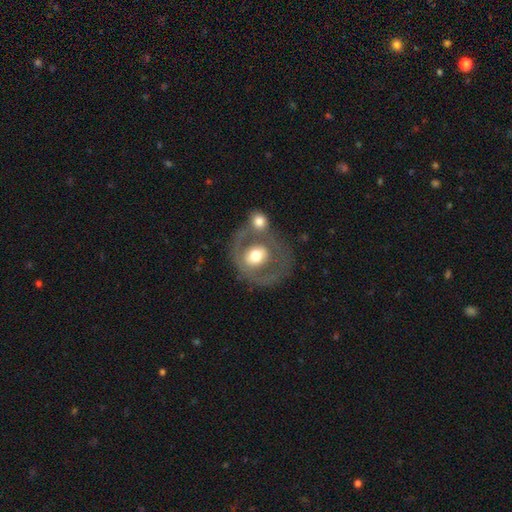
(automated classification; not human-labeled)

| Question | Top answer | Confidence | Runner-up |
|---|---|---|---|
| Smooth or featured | featured or disk | 52% | smooth (42%) |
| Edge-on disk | no | 95% | yes (5%) |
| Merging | none | 40% | merger (32%) |